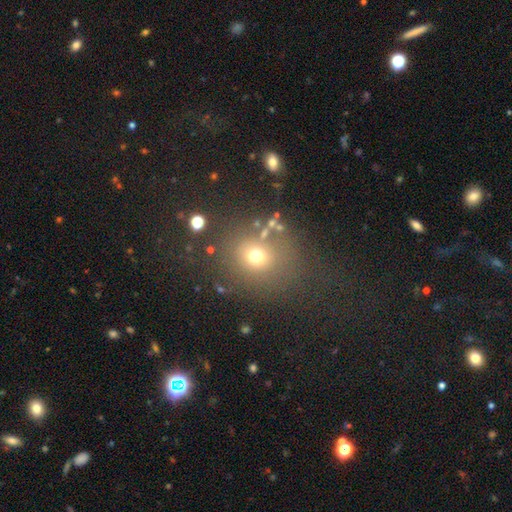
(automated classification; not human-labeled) smooth_or_featured: smooth (p=0.67) [alt: star or artifact p=0.20]
how_rounded: round (p=0.75) [alt: in between p=0.24]
merging: none (p=0.73) [alt: minor disturbance p=0.13]